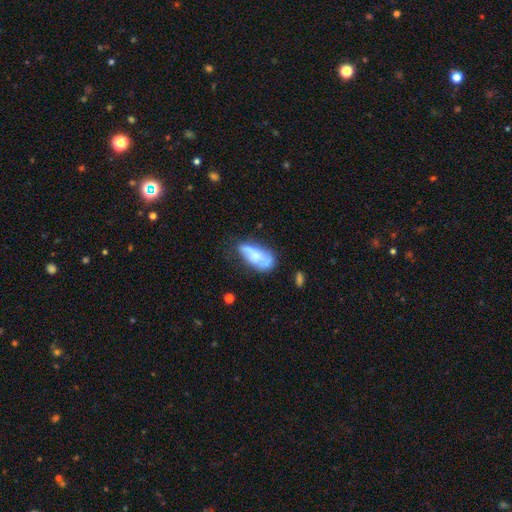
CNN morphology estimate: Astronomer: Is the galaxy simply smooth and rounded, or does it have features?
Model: smooth — 52% (runner-up: featured or disk, 40%).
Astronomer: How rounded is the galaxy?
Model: in between — 84%.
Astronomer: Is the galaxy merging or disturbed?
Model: none — 36% (runner-up: minor disturbance, 31%).